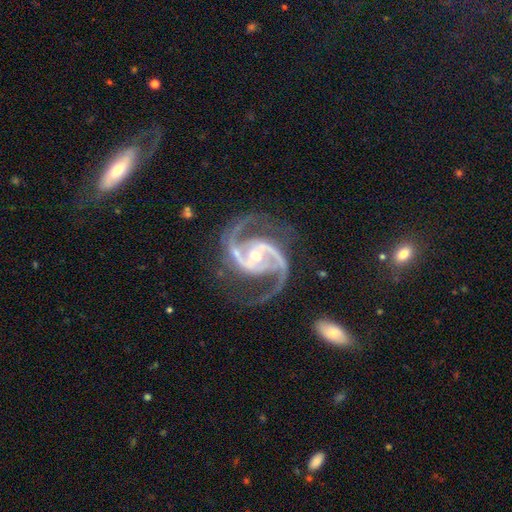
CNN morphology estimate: A featured or disk galaxy (94%) with a weak bar (37%), 2 (90%) medium (68%) spiral arms (99%) and a moderate central bulge (52%). Merging: none (75%).